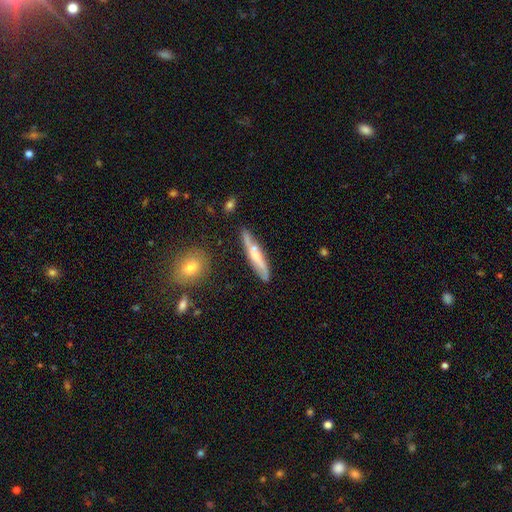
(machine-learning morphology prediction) Smooth or featured? Predicted: featured or disk (p=0.50). Edge-on disk? Predicted: yes (p=0.70). Merging? Predicted: none (p=0.70).